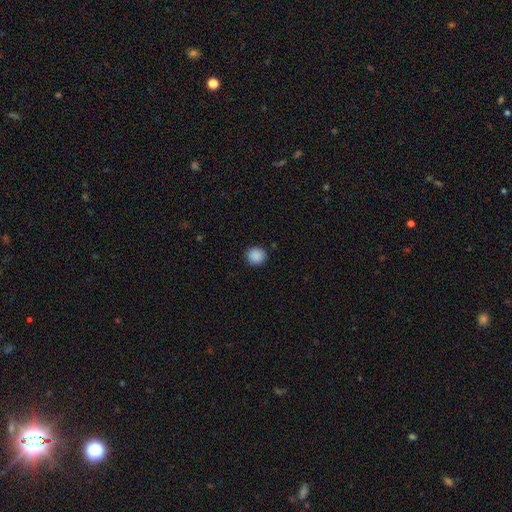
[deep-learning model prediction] Overall: smooth (89%). How rounded: round (90%). Merging: none (91%).